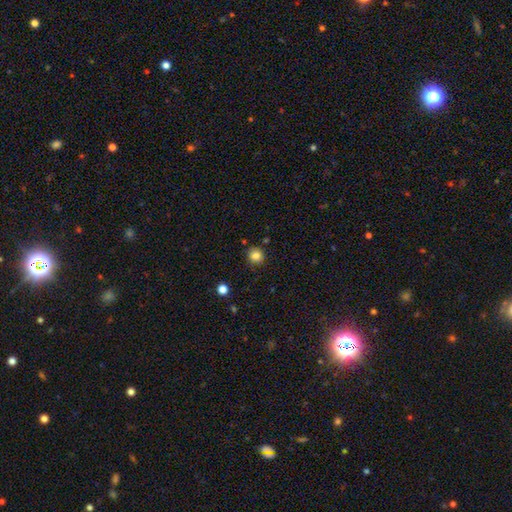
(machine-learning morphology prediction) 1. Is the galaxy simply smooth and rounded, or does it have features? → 83% smooth, 12% star or artifact, 5% featured or disk.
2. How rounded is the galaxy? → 91% round, 8% in between, 1% cigar-shaped.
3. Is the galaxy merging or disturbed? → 87% none, 8% minor disturbance, 3% merger, 2% major disturbance.